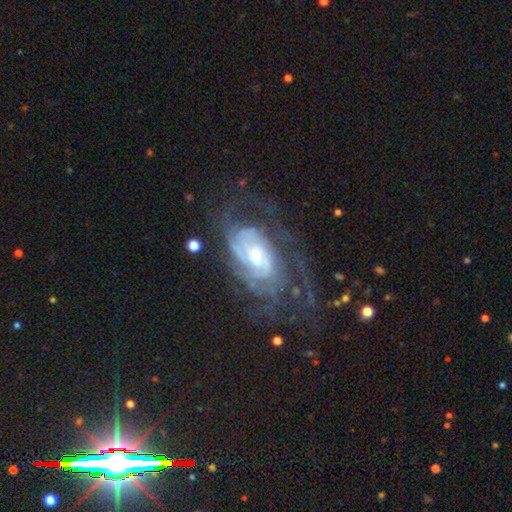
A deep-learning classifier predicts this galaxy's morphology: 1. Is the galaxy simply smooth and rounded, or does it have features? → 84% featured or disk, 9% smooth, 7% star or artifact.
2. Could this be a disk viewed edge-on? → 95% no, 5% yes.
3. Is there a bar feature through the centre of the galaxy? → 58% no, 32% weak, 9% strong.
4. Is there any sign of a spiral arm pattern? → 94% yes, 6% no.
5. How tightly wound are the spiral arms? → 61% tight, 30% medium, 10% loose.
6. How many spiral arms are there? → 43% can't tell, 17% 2, 14% 3, 12% 4, 7% more than 4, 6% 1.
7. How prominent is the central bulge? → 49% small, 35% moderate, 10% large, 4% none, 2% dominant.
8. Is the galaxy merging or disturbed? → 58% none, 22% major disturbance, 19% minor disturbance, 2% merger.